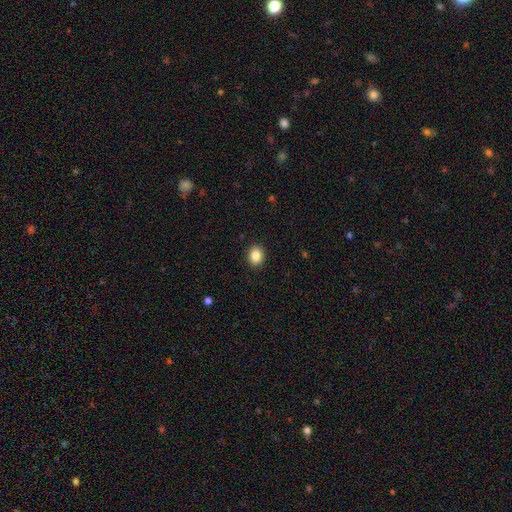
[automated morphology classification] Overall: smooth (86%). How rounded: round (59%; in between 40%). Merging: none (91%).